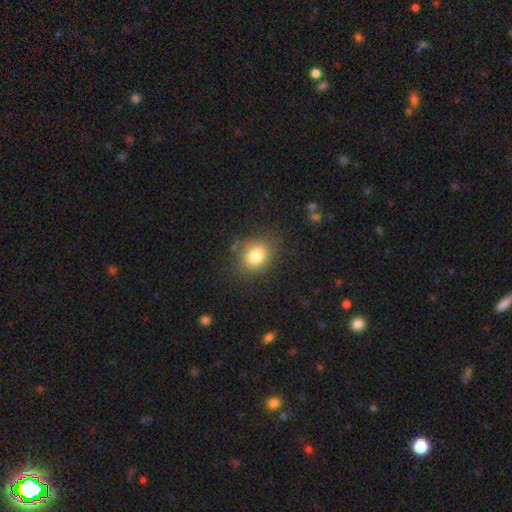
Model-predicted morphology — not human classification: Smooth or featured? Predicted: smooth (p=0.80). How rounded? Predicted: round (p=0.62). Merging? Predicted: none (p=0.80).